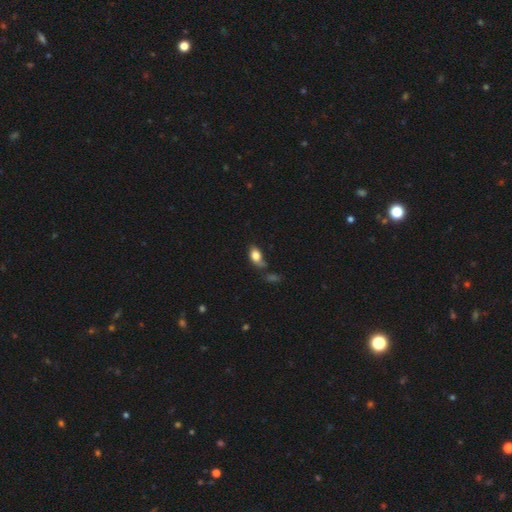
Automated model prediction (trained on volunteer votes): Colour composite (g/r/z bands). It shows a smooth galaxy with no disk features (80%) that is in between round and cigar-shaped (88%). Merging: none (48%).